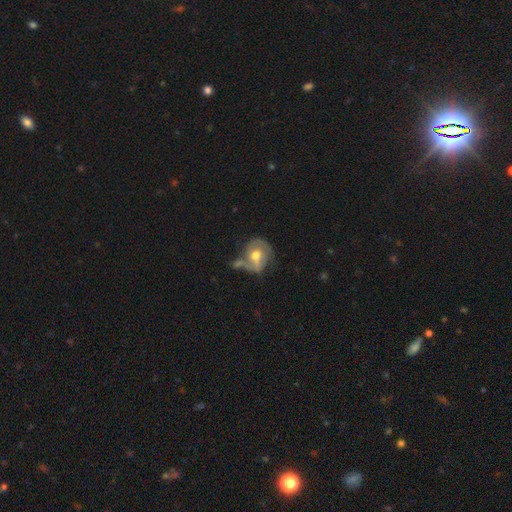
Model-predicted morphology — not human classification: Q: Smooth or featured?
A: featured or disk (60%); runner-up: smooth (33%)
Q: Edge-on disk?
A: no (96%); runner-up: yes (4%)
Q: Bar?
A: no (47%); runner-up: weak (40%)
Q: Spiral arms?
A: yes (65%); runner-up: no (35%)
Q: Bulge size?
A: moderate (74%); runner-up: small (13%)
Q: Merging?
A: none (39%); runner-up: minor disturbance (24%)